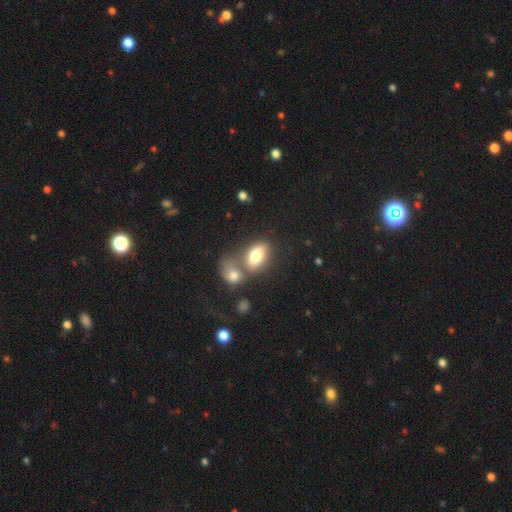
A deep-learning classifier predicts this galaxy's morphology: This is likely a smooth galaxy (78%). How rounded: clearly in between (88%). Merging: possibly merger (51%).